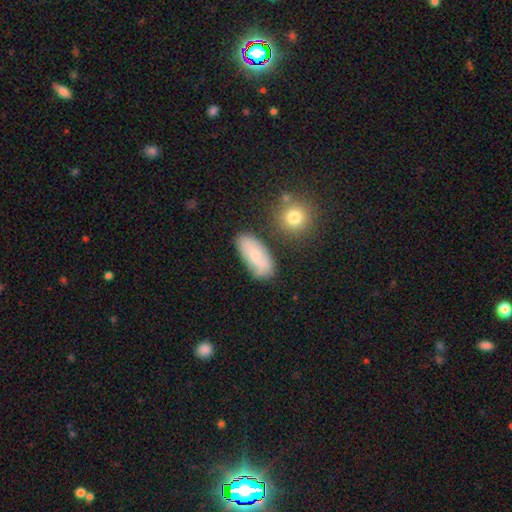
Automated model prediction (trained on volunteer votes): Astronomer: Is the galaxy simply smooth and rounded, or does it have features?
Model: smooth — 69%.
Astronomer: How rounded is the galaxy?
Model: in between — 87%.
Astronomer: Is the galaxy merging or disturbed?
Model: none — 68%.